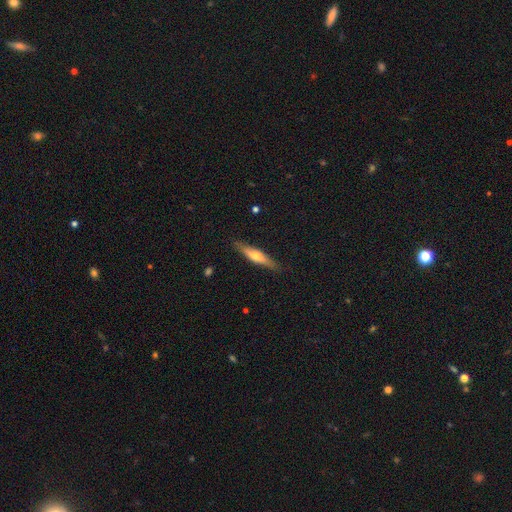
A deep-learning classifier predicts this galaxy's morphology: Q: Smooth or featured?
A: featured or disk (49%); runner-up: smooth (46%)
Q: Merging?
A: none (86%); runner-up: minor disturbance (11%)